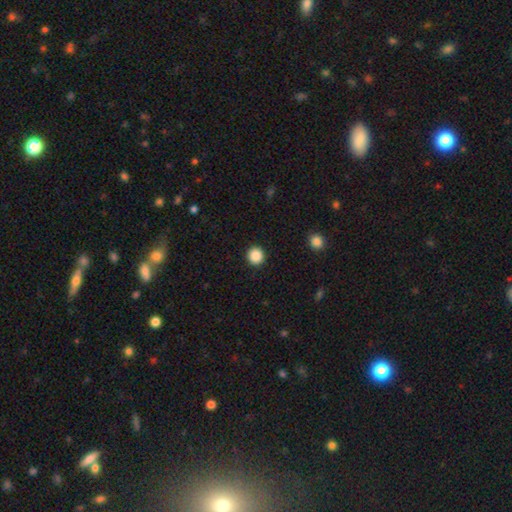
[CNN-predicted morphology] Overall: smooth (88%). How rounded: round (94%). Merging: none (93%).